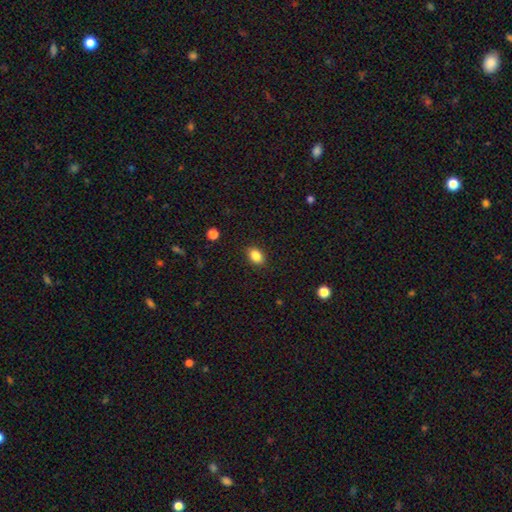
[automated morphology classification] Smooth or featured? Predicted: smooth (p=0.86). How rounded? Predicted: in between (p=0.80). Merging? Predicted: none (p=0.89).